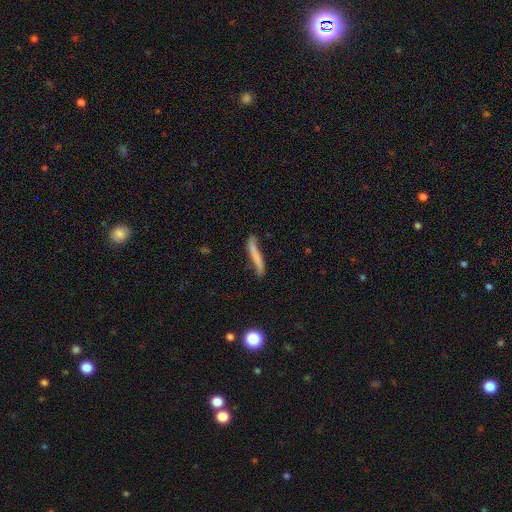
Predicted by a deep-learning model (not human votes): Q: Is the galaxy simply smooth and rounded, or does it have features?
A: smooth — 58%.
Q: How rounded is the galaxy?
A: cigar-shaped — 93%.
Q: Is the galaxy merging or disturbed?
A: none — 63%.